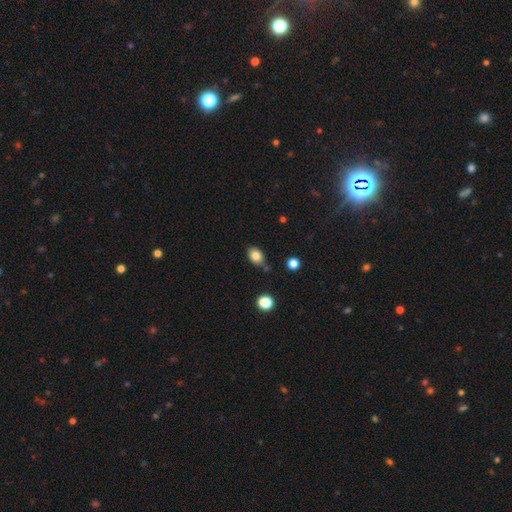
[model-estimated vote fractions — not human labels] This appears to be a smooth galaxy with no disk features (82%) that is in between round and cigar-shaped (76%). Merging: none (71%).